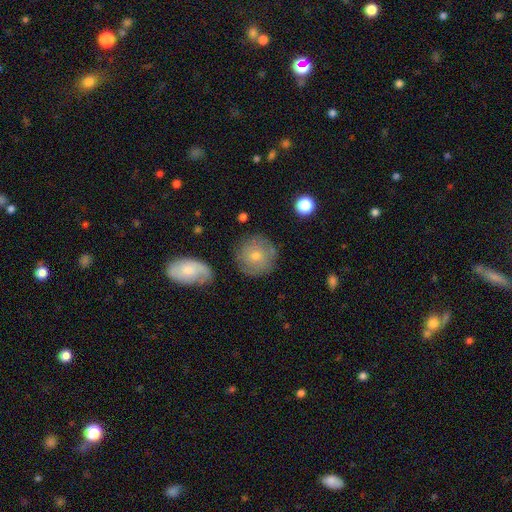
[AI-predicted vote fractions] Smooth or featured? smooth (53%)
How rounded? round (92%)
Merging? none (81%)